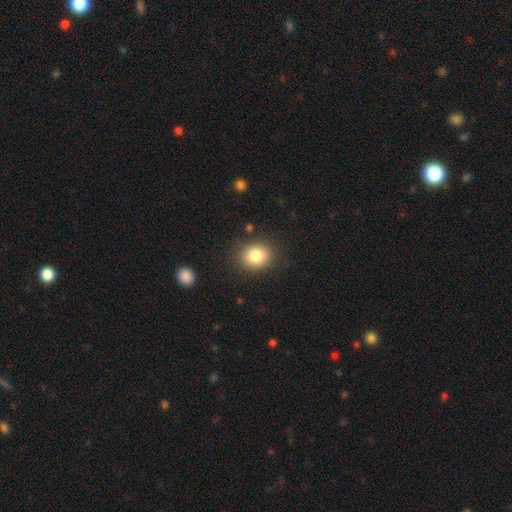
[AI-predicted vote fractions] Smooth or featured? smooth (82%)
How rounded? round (67%)
Merging? none (85%)